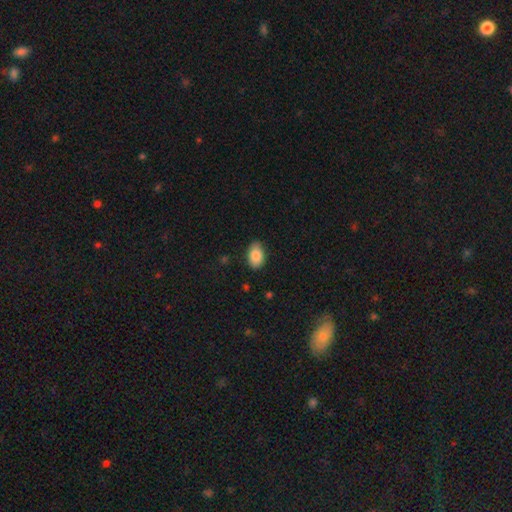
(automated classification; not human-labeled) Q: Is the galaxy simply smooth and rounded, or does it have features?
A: smooth — 87%.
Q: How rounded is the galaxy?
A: in between — 90%.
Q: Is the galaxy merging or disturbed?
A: none — 82%.